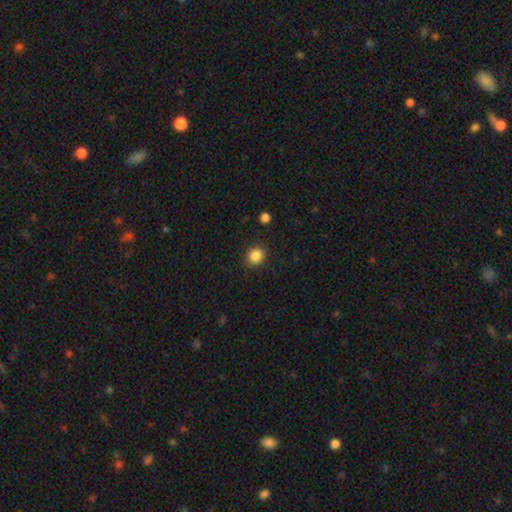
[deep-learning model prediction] The model was most divided on "how rounded": round: 75%, in between: 24%, cigar-shaped: 1%. More confident: merging — none (88%); smooth or featured — smooth (86%).